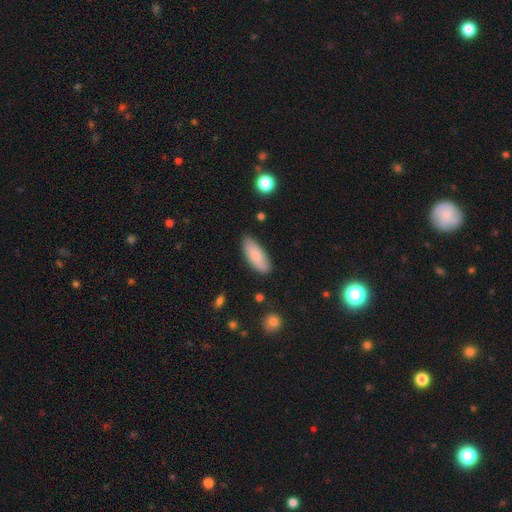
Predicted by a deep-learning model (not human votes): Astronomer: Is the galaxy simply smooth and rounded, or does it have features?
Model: smooth — 78%.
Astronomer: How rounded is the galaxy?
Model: in between — 78%.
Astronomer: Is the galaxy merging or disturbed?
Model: none — 84%.